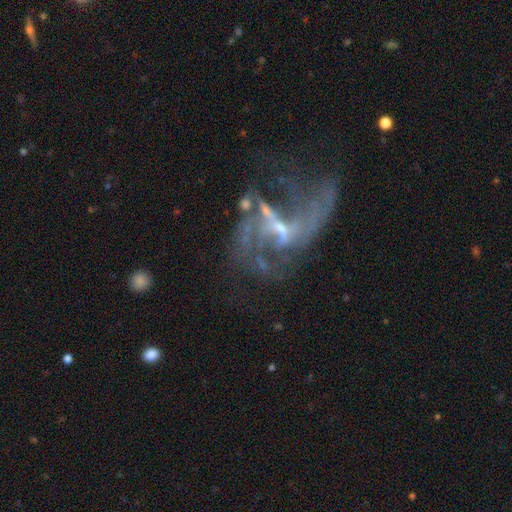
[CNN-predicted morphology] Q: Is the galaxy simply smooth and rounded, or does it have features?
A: featured or disk — 81%.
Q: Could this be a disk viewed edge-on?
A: no — 97%.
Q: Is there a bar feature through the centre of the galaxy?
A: weak — 47%.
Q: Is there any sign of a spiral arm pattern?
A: yes — 77%.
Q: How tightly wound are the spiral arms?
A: loose — 72%.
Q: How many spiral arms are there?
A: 2 — 58%.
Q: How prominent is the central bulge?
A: small — 55%.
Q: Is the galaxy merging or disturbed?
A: none — 37%.